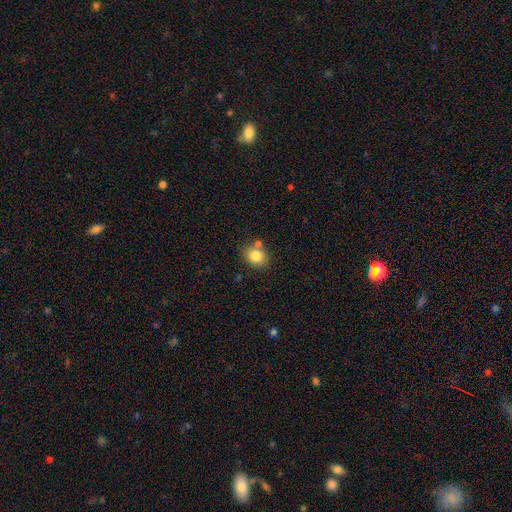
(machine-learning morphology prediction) smooth_or_featured: smooth (p=0.82) [alt: star or artifact p=0.10]
how_rounded: round (p=0.58) [alt: in between p=0.41]
merging: none (p=0.69) [alt: merger p=0.15]